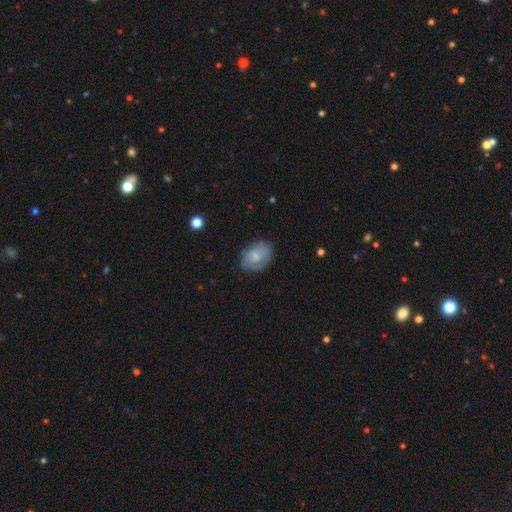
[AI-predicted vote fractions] smooth-or-featured: smooth: 65% | featured or disk: 28% | star or artifact: 7%
  how-rounded: in between: 75% | round: 23% | cigar-shaped: 1%
  merging: none: 70% | minor disturbance: 22% | major disturbance: 7% | merger: 1%